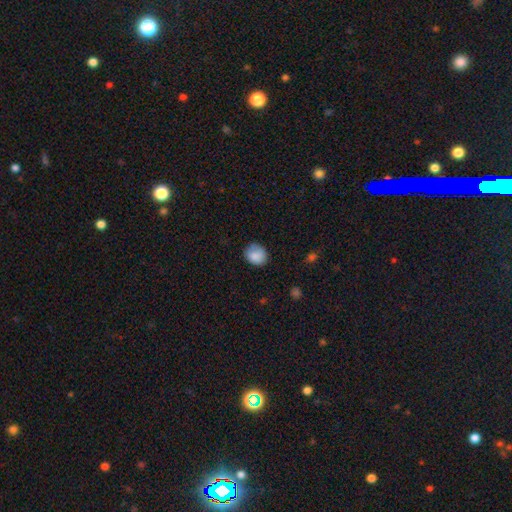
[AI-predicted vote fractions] smooth 85%, star or artifact 8%, featured or disk 7%. Down the decision tree: how rounded — round (59%); merging — none (71%).